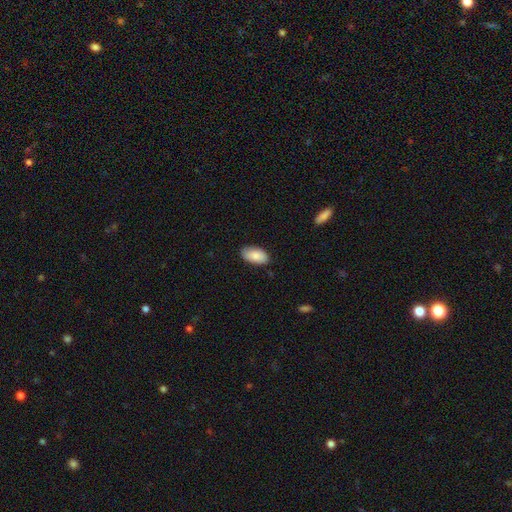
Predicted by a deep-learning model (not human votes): A smooth galaxy with no disk features (87%) that is in between round and cigar-shaped (95%). Merging: none (83%).